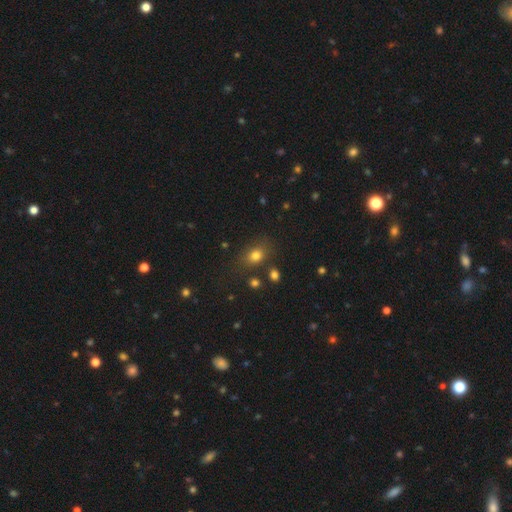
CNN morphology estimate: Smooth or featured?
  - smooth: 78% *
  - star or artifact: 14%
  - featured or disk: 8%
How rounded?
  - in between: 60% *
  - round: 38%
  - cigar-shaped: 2%
Merging?
  - none: 74% *
  - minor disturbance: 15%
  - major disturbance: 6%
  - merger: 5%